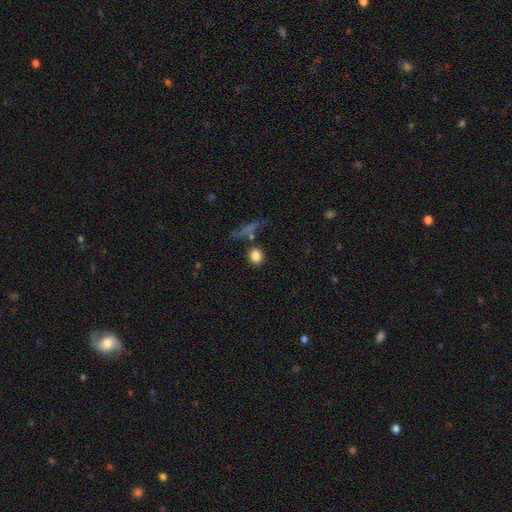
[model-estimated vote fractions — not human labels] This appears to be a smooth galaxy with no disk features (84%) that is round (72%). Merging: none (75%).